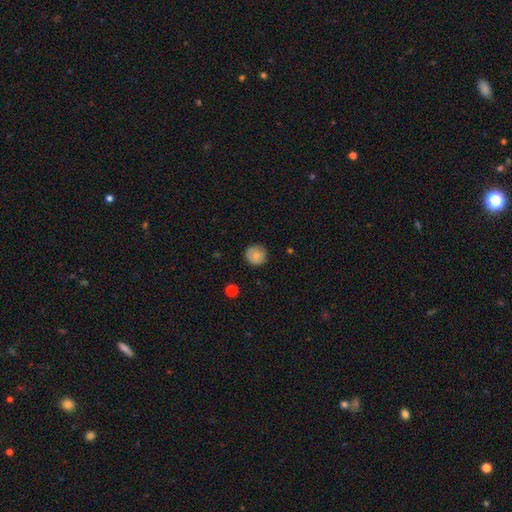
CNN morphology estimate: Overall: smooth (80%). How rounded: round (93%). Merging: none (85%).